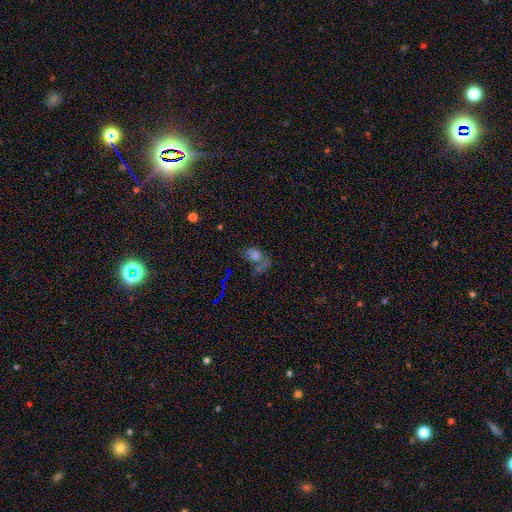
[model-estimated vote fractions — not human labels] Morphology: type=smooth (40%); merging=none (34%).